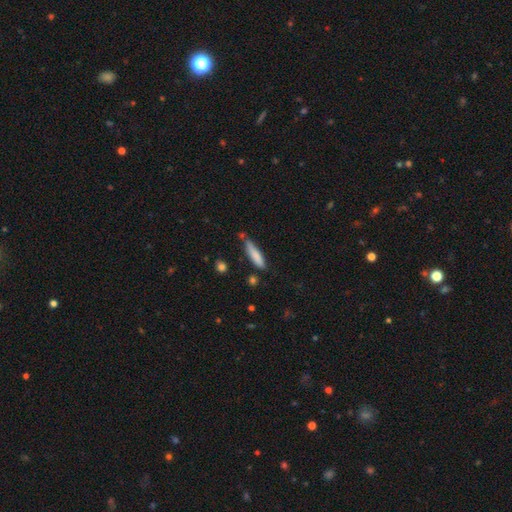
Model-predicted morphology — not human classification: The model was most divided on "merging": none: 63%, minor disturbance: 25%, merger: 7%, major disturbance: 5%. More confident: smooth or featured — smooth (80%); how rounded — cigar-shaped (76%).